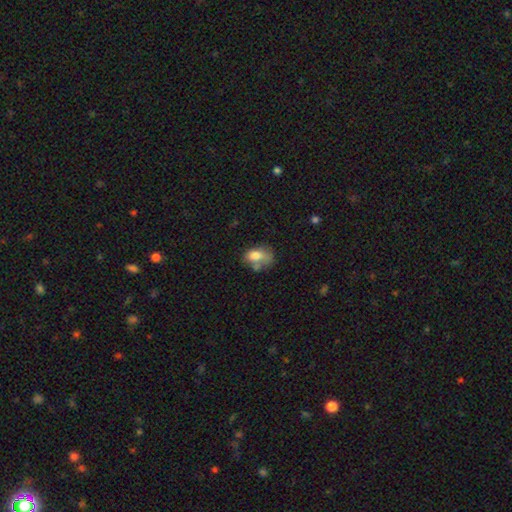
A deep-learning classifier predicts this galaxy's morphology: A smooth galaxy with no disk features (72%) that is in between round and cigar-shaped (77%). Merging: none (33%).